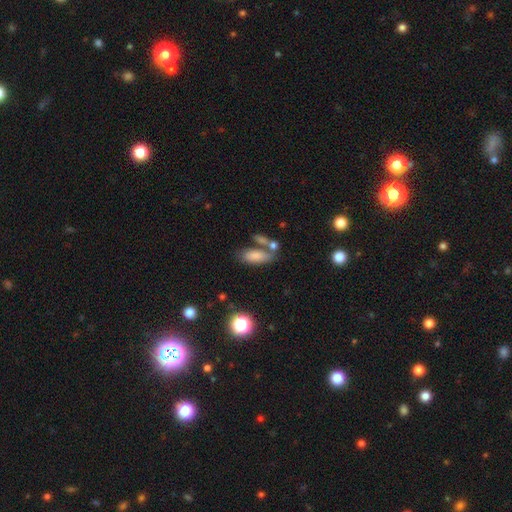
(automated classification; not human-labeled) Smooth or featured? smooth (80%)
How rounded? in between (79%)
Merging? none (51%)